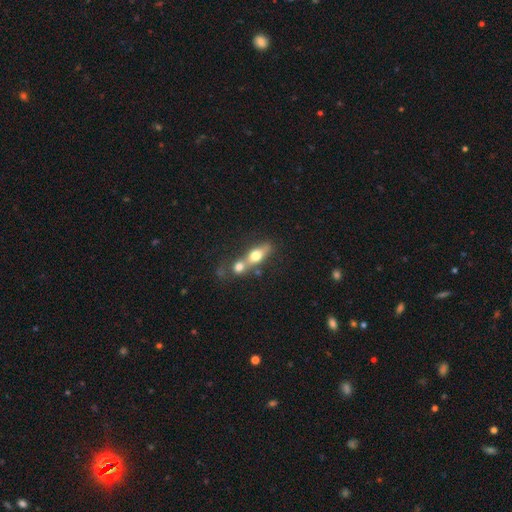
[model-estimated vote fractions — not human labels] Overall: smooth (63%; featured or disk 29%). How rounded: in between (58%; cigar-shaped 24%). Merging: merger (61%; none 25%).